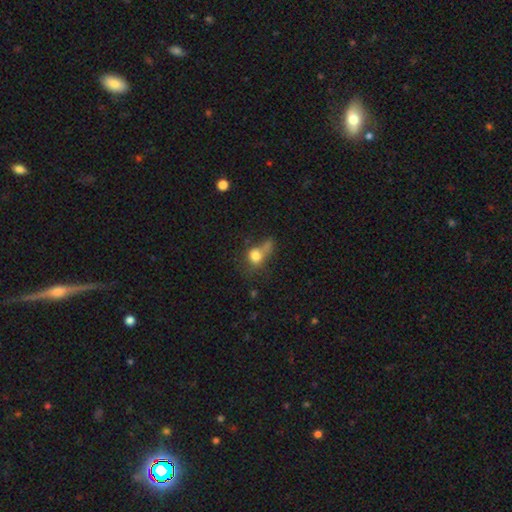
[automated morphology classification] Smooth or featured?
  - smooth: 74% *
  - featured or disk: 14%
  - star or artifact: 12%
How rounded?
  - round: 59% *
  - in between: 38%
  - cigar-shaped: 3%
Merging?
  - none: 28% *
  - major disturbance: 27%
  - merger: 27%
  - minor disturbance: 18%